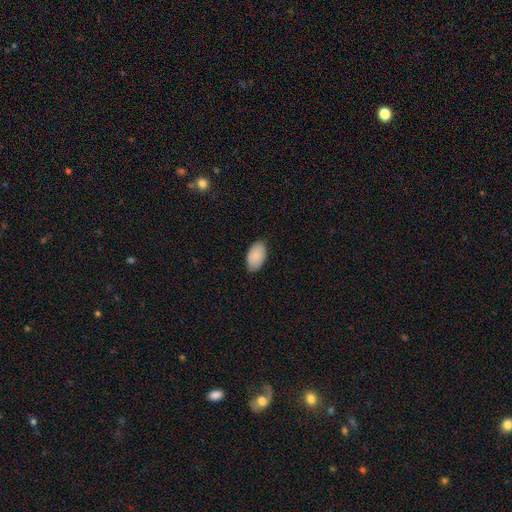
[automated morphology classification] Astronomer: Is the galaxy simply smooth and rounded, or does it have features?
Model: smooth — 84%.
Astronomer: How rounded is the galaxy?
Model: in between — 95%.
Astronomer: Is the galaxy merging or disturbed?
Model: none — 84%.